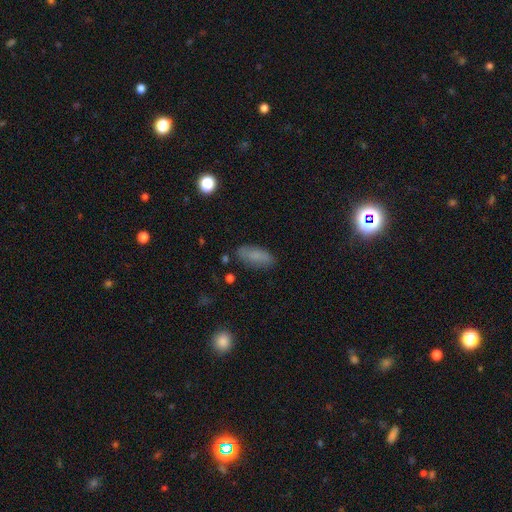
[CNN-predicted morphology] Smooth or featured? smooth (81%)
How rounded? in between (75%)
Merging? none (83%)